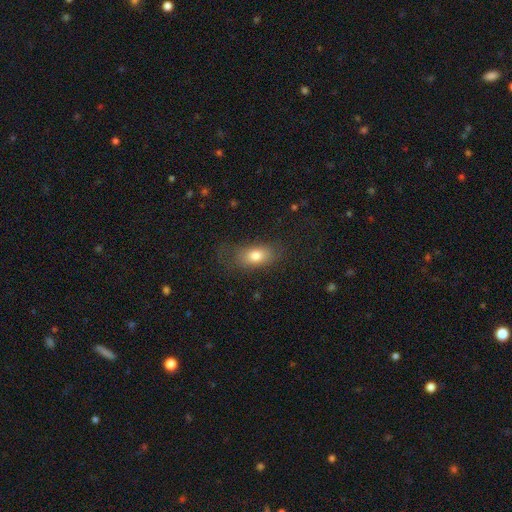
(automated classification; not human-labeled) Smooth or featured?
  - smooth: 78% *
  - featured or disk: 13%
  - star or artifact: 9%
How rounded?
  - in between: 86% *
  - round: 10%
  - cigar-shaped: 5%
Merging?
  - none: 65% *
  - minor disturbance: 22%
  - major disturbance: 12%
  - merger: 1%